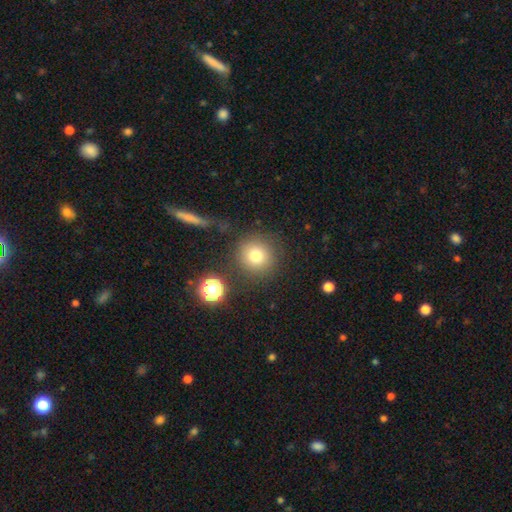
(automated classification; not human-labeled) A smooth galaxy with no disk features (78%) that is round (92%). Merging: none (81%).